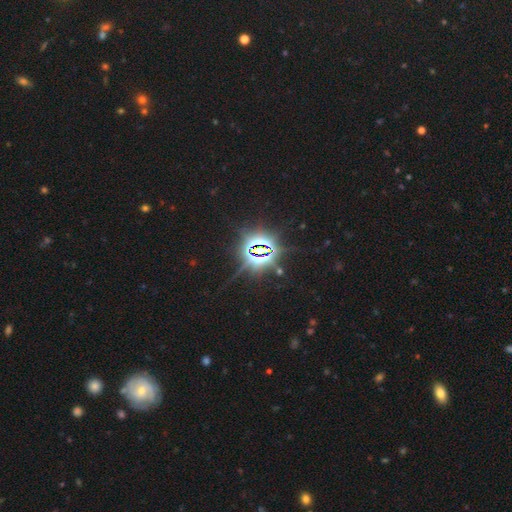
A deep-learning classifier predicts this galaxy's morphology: type=star or artifact (85%).